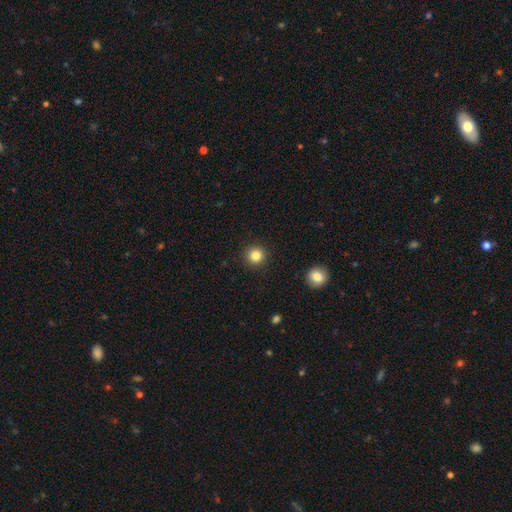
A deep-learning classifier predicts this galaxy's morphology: smooth 83%, star or artifact 11%, featured or disk 6%. Down the decision tree: how rounded — round (95%); merging — none (92%).